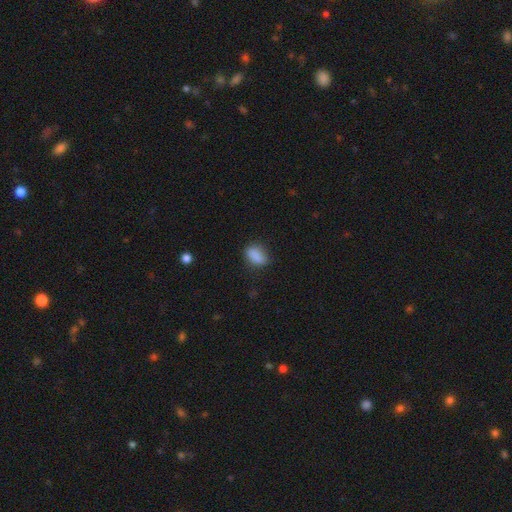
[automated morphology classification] The model was most divided on "merging": none: 72%, minor disturbance: 21%, major disturbance: 5%, merger: 2%. More confident: smooth or featured — smooth (86%); how rounded — in between (84%).